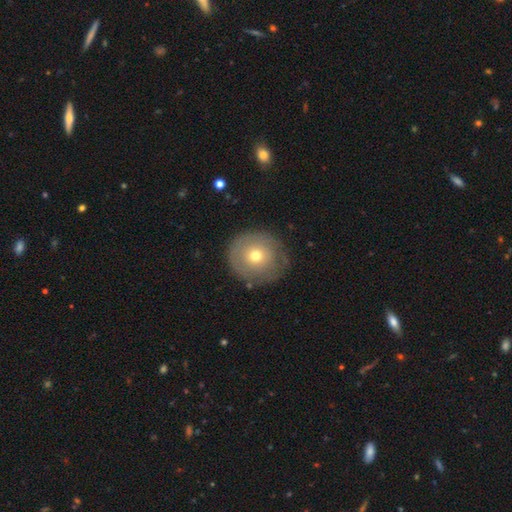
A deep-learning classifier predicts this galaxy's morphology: Smooth or featured? Predicted: smooth (p=0.59). How rounded? Predicted: round (p=0.92). Merging? Predicted: none (p=0.77).